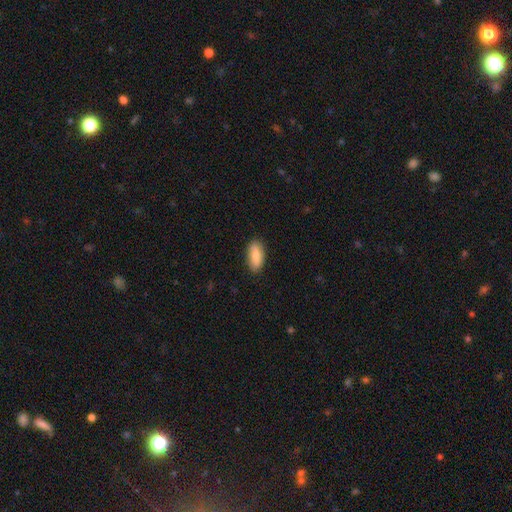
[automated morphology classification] smooth 80%, featured or disk 14%, star or artifact 6%. Down the decision tree: how rounded — in between (85%); merging — none (85%).